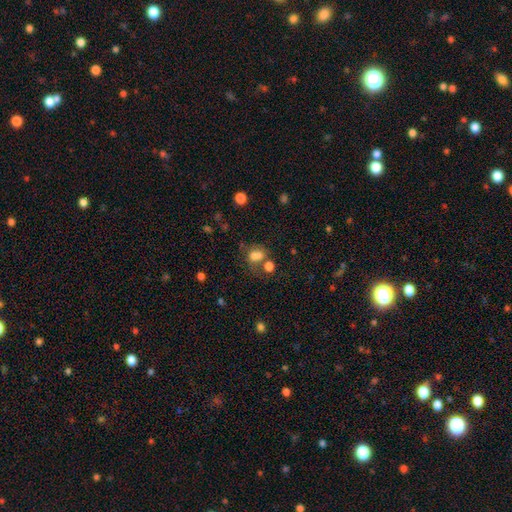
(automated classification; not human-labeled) A smooth galaxy with no disk features (70%) that is round (53%).

Vote fractions:
- Smooth or featured? smooth: 70% / star or artifact: 16% / featured or disk: 14%
- How rounded? round: 53% / in between: 46% / cigar-shaped: 1%
- Merging? merger: 41% / none: 35% / minor disturbance: 13% / major disturbance: 10%